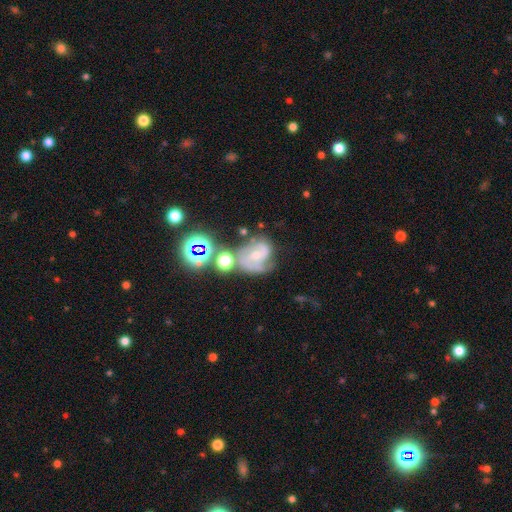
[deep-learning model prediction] This is likely a featured or disk galaxy (71%). It is clearly not viewed edge-on (97%). Bar: possibly no (49%). Spiral arm pattern: clearly yes (92%). Spiral arm count: possibly 2 (56%). Spiral winding: possibly medium (48%). Central bulge: possibly small (53%). Merging: marginally none (44%).